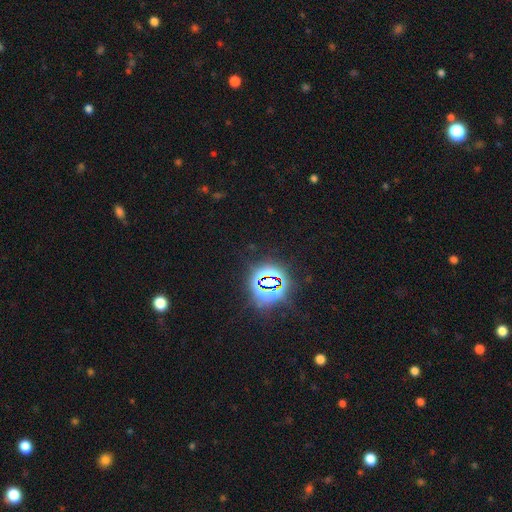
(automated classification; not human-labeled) This is clearly a star or artifact rather than a galaxy (83%).